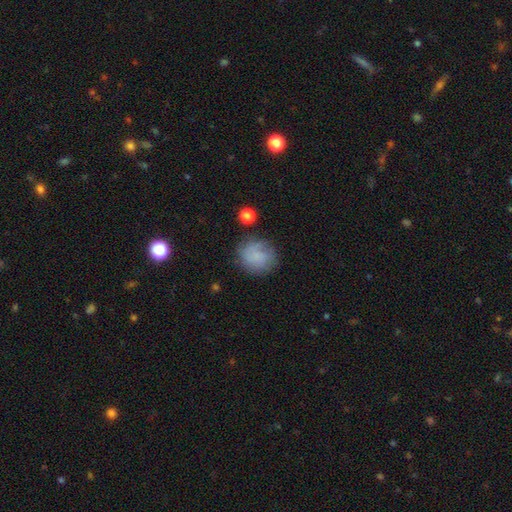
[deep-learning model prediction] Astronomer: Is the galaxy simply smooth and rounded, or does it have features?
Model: smooth — 68%.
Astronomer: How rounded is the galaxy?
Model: round — 79%.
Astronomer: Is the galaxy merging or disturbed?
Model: none — 68%.